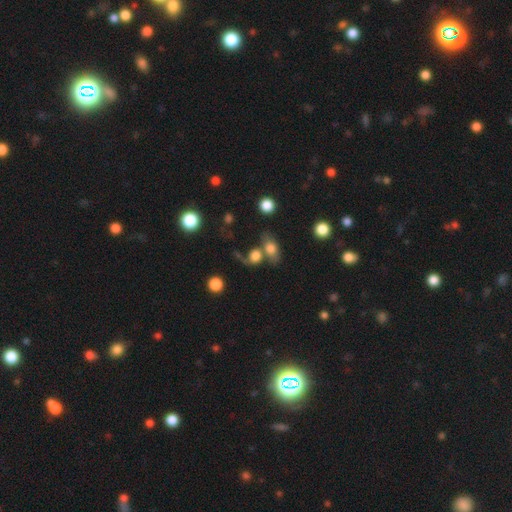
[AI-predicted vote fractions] Smooth or featured? smooth (66%)
How rounded? round (56%)
Merging? merger (45%)